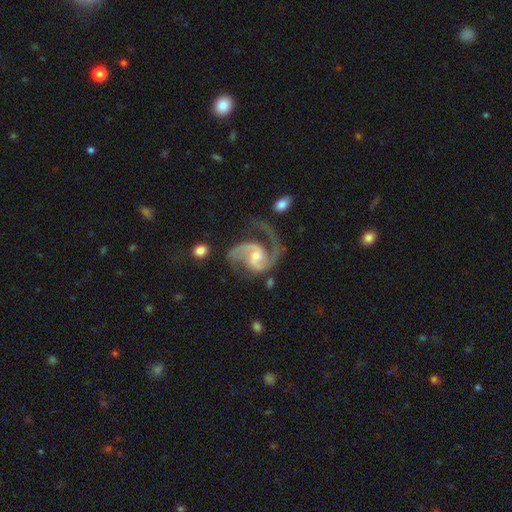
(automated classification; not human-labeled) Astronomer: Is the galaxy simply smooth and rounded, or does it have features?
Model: featured or disk — 92%.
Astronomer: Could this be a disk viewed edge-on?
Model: no — 98%.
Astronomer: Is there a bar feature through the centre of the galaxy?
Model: no — 45% (runner-up: weak, 43%).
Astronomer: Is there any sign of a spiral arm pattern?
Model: yes — 98%.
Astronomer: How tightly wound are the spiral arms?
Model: medium — 59%.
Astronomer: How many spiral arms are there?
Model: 2 — 88%.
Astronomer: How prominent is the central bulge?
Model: small — 47% (runner-up: moderate, 45%).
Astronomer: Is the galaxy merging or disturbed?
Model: none — 57%.